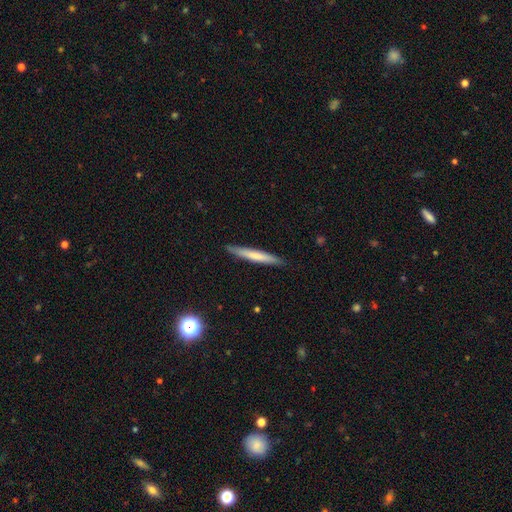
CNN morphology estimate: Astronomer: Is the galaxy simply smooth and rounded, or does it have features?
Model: smooth — 65%.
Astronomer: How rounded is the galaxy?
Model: cigar-shaped — 96%.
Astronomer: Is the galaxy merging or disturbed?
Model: none — 89%.